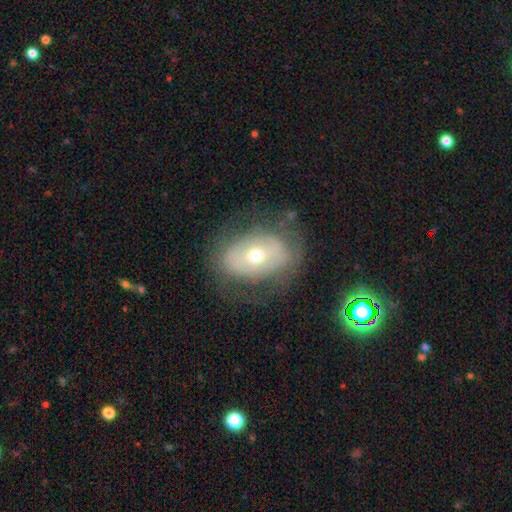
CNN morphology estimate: Overall: featured or disk (52%; smooth 39%). Edge-on disk: no (92%). Merging: none (65%).